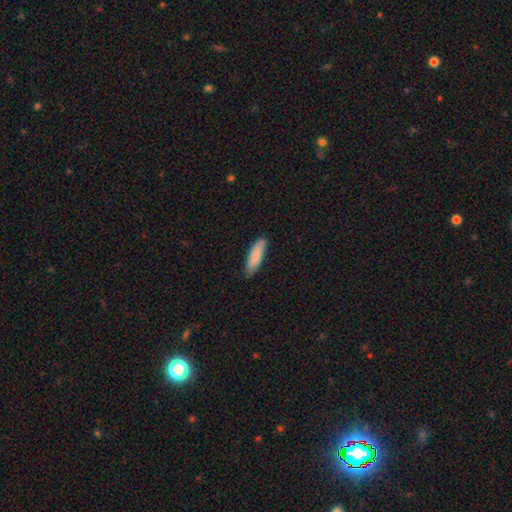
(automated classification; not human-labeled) smooth-or-featured: smooth: 83% | featured or disk: 11% | star or artifact: 6%
  how-rounded: cigar-shaped: 54% | in between: 45% | round: 1%
  merging: none: 82% | minor disturbance: 15% | major disturbance: 2% | merger: 1%